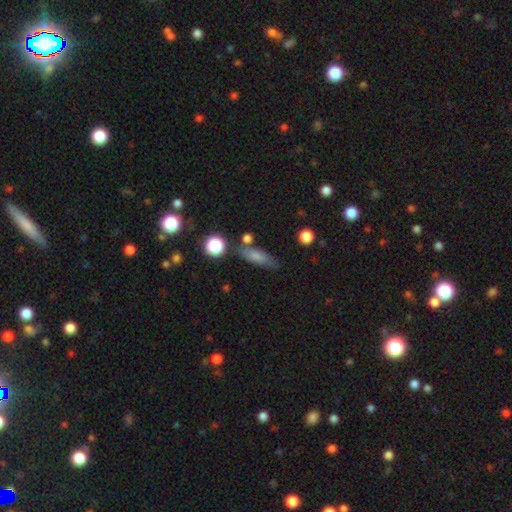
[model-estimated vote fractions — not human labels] Smooth or featured? Predicted: smooth (p=0.76). How rounded? Predicted: in between (p=0.48). Merging? Predicted: none (p=0.72).